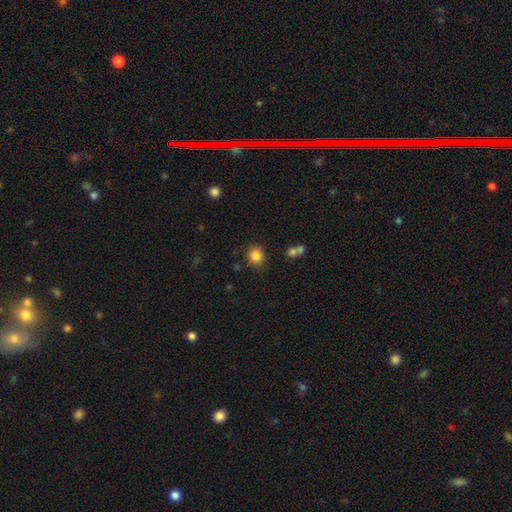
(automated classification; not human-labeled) smooth 84%, star or artifact 11%, featured or disk 5%. Down the decision tree: how rounded — round (71%); merging — none (81%).